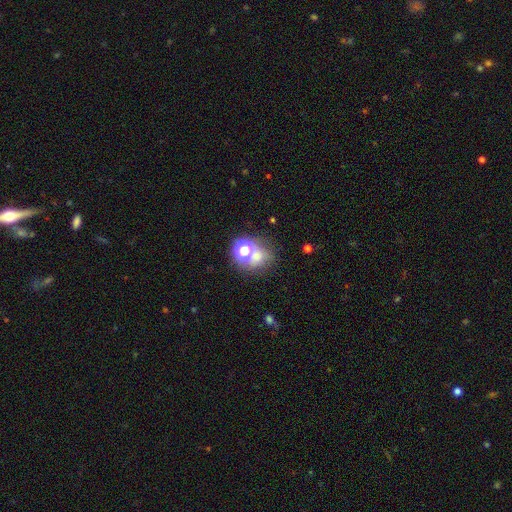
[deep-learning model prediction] Morphology: type=smooth (47%); merging=none (47%).